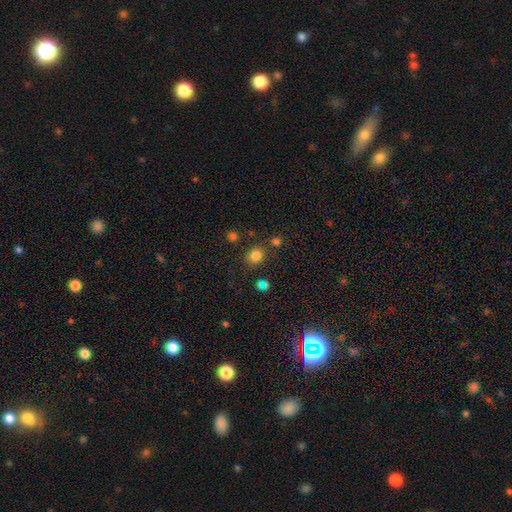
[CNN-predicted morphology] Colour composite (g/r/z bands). It shows a smooth galaxy with no disk features (80%) that is round (73%). Merging: none (80%).